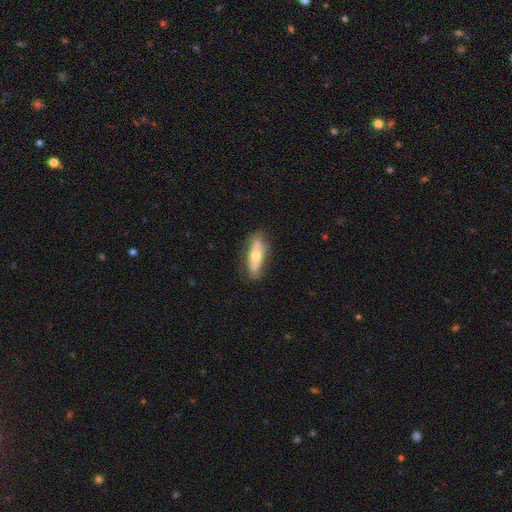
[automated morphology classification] Smooth or featured?
  - smooth: 55% *
  - featured or disk: 39%
  - star or artifact: 6%
How rounded?
  - in between: 51% *
  - cigar-shaped: 46%
  - round: 2%
Merging?
  - none: 76% *
  - minor disturbance: 18%
  - major disturbance: 5%
  - merger: 2%